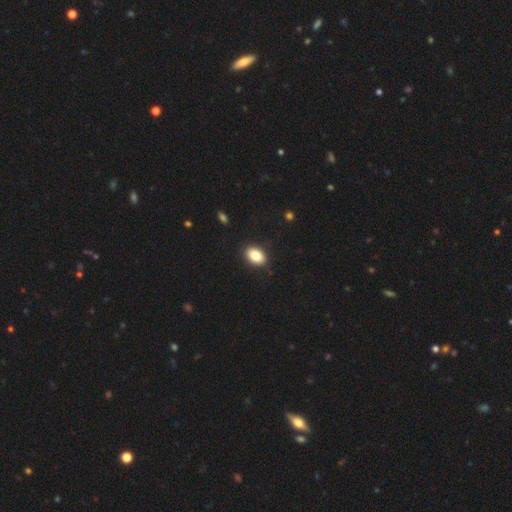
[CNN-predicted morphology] This appears to be a smooth galaxy with no disk features (84%) that is in between round and cigar-shaped (85%). Merging: none (87%).